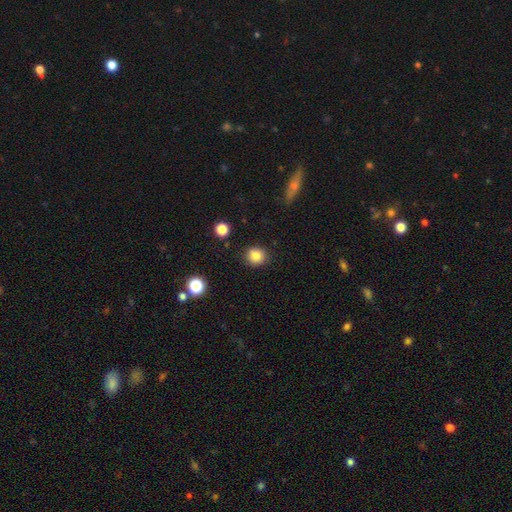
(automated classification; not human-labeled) Morphology: type=smooth (84%); roundness=round (81%); merging=none (86%).